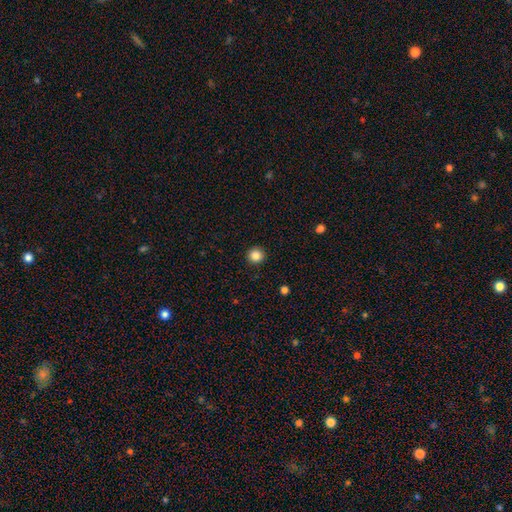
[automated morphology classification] smooth-or-featured: smooth: 85% | star or artifact: 11% | featured or disk: 4%
  how-rounded: round: 95% | in between: 4% | cigar-shaped: 1%
  merging: none: 93% | minor disturbance: 4% | major disturbance: 2% | merger: 1%